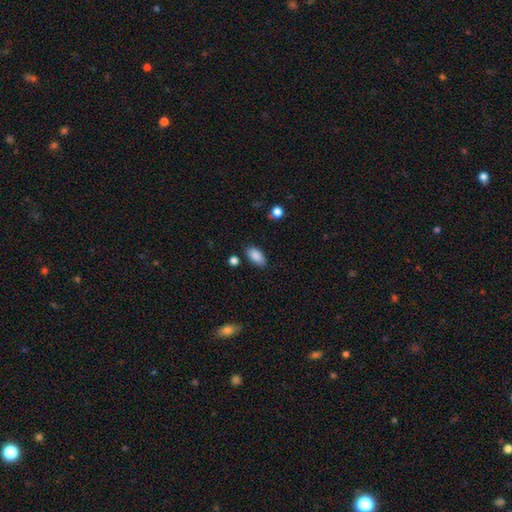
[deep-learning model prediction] Morphology: type=smooth (88%); roundness=in between (92%); merging=none (81%).